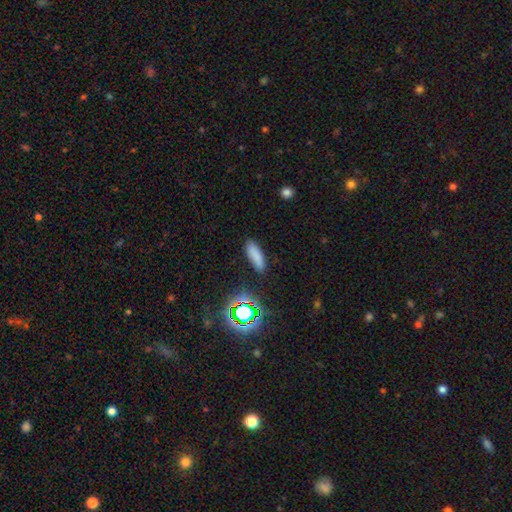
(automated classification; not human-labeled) smooth_or_featured: smooth (p=0.79) [alt: star or artifact p=0.14]
how_rounded: in between (p=0.54) [alt: cigar-shaped p=0.43]
merging: none (p=0.85) [alt: minor disturbance p=0.11]